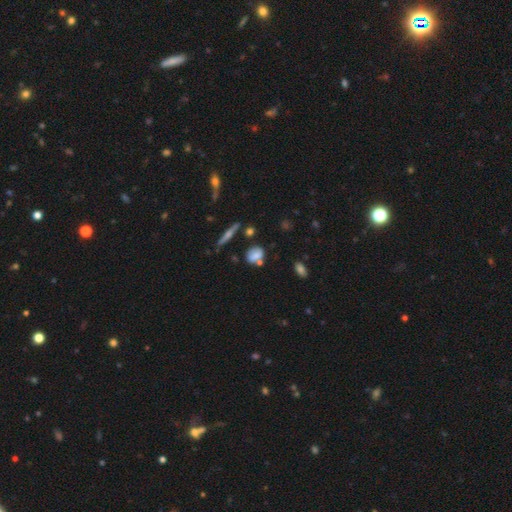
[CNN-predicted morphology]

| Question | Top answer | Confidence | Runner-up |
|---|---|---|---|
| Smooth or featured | smooth | 70% | featured or disk (18%) |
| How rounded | in between | 50% | round (46%) |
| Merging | none | 63% | minor disturbance (18%) |